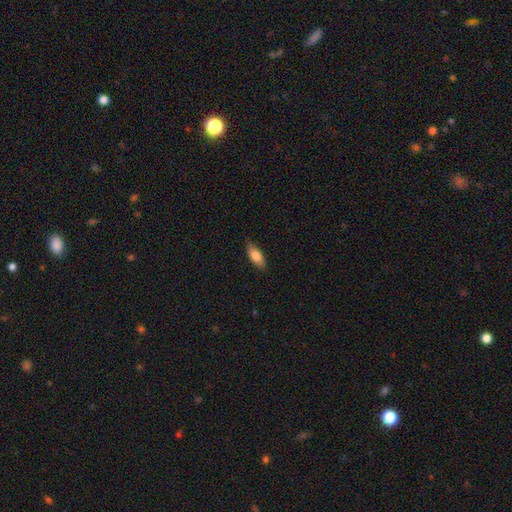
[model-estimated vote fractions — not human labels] smooth-or-featured: smooth: 81% | featured or disk: 13% | star or artifact: 6%
  how-rounded: in between: 78% | cigar-shaped: 20% | round: 2%
  merging: none: 83% | minor disturbance: 13% | major disturbance: 2% | merger: 1%